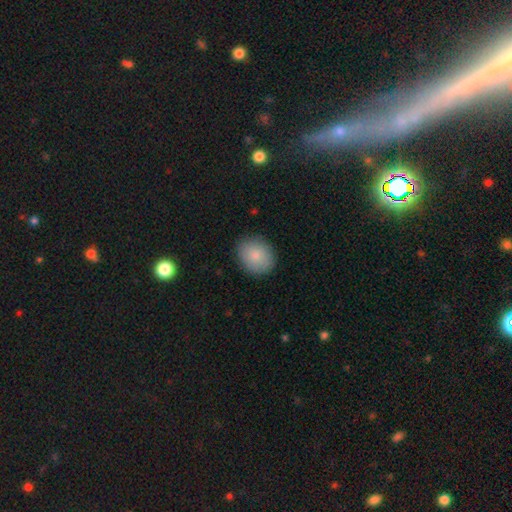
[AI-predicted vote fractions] Overall: smooth (84%). How rounded: round (62%; in between 37%). Merging: none (87%).